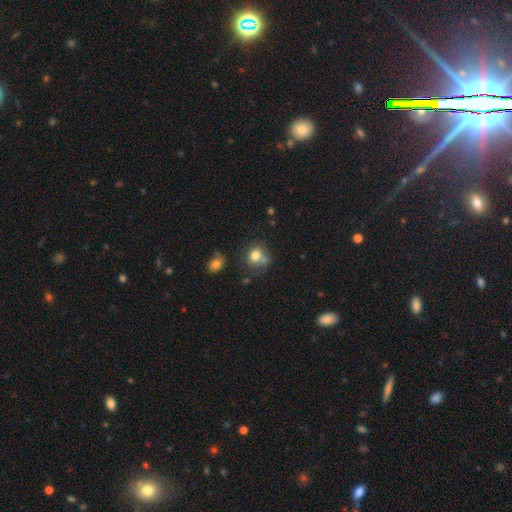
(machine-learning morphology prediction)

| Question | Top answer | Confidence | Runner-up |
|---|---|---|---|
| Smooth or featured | smooth | 75% | featured or disk (13%) |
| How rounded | round | 71% | in between (28%) |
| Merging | none | 53% | minor disturbance (21%) |